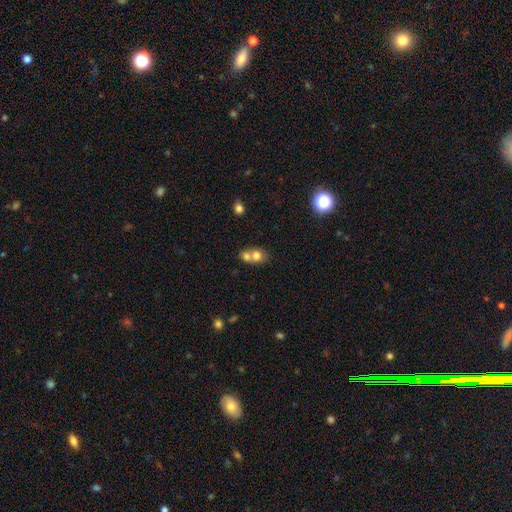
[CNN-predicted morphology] smooth 72%, featured or disk 17%, star or artifact 11%. Down the decision tree: how rounded — round (61%); merging — merger (65%).